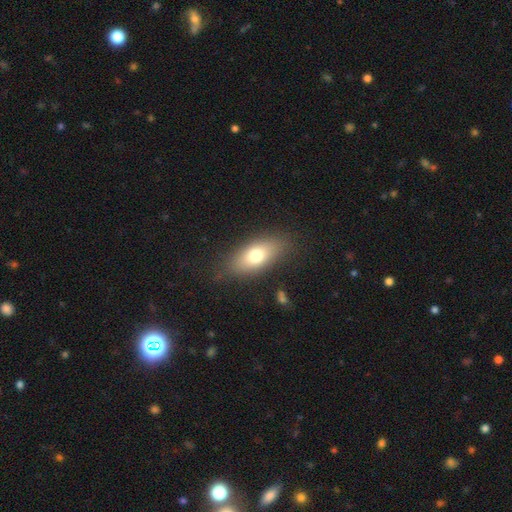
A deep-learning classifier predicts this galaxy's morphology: Overall: smooth (73%). How rounded: in between (82%). Merging: none (81%).